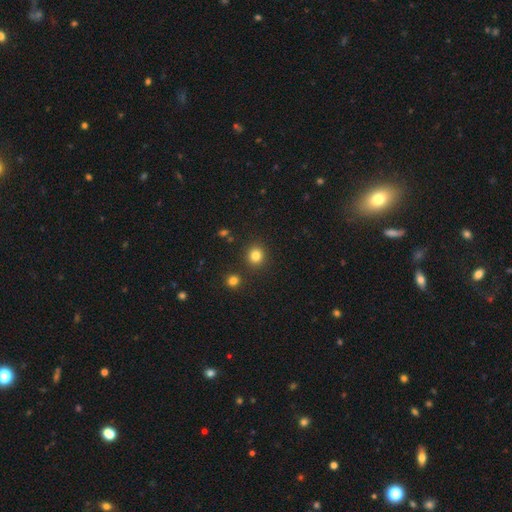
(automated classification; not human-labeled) Smooth or featured: smooth — 82% (star or artifact — 13%)
How rounded: round — 90% (in between — 9%)
Merging: none — 88% (minor disturbance — 6%)